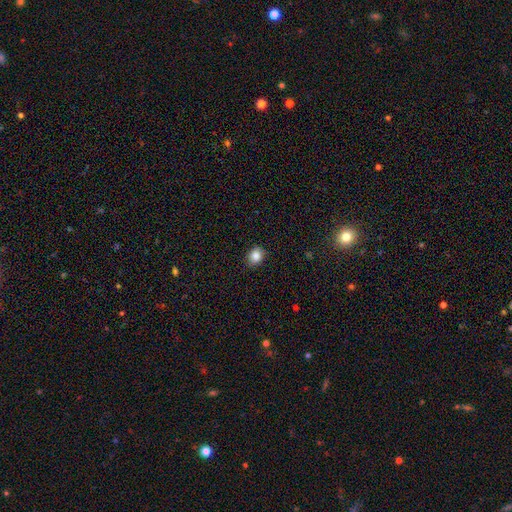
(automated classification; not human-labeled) Smooth or featured? Predicted: smooth (p=0.85). How rounded? Predicted: round (p=0.58). Merging? Predicted: none (p=0.85).